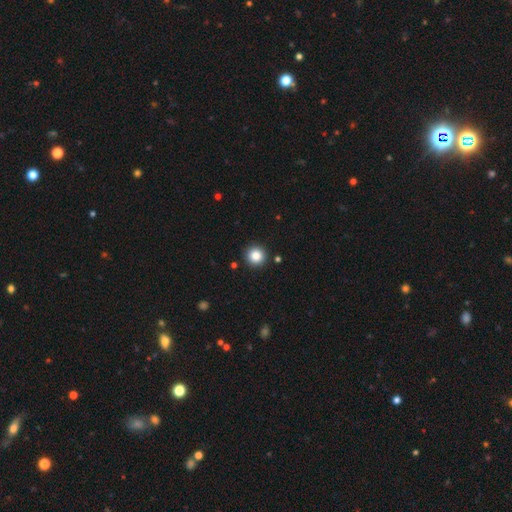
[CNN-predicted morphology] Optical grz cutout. It shows a smooth galaxy with no disk features (85%) that is round (96%). Merging: none (92%).